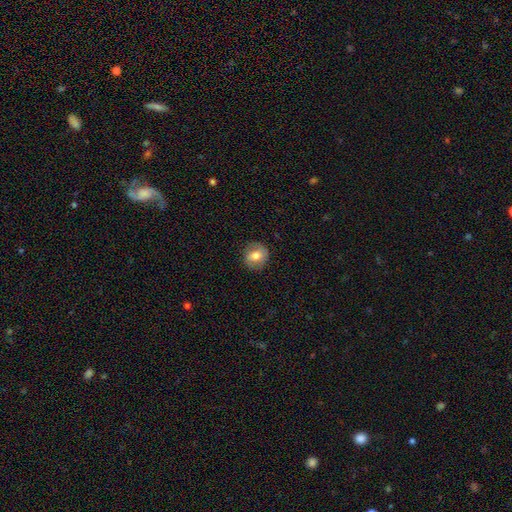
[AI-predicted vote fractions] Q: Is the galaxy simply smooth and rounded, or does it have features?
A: smooth — 67%.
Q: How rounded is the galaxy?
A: round — 79%.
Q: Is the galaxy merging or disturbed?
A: none — 84%.